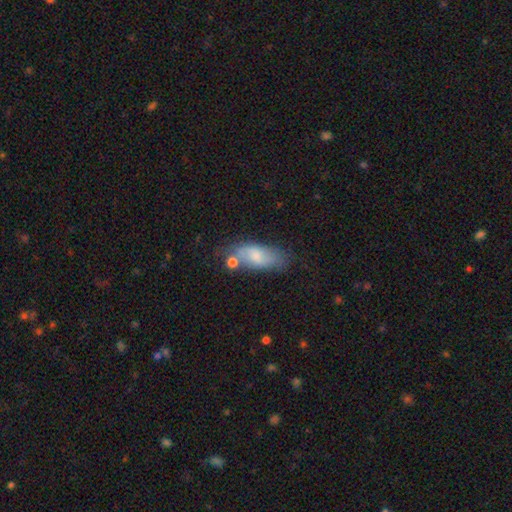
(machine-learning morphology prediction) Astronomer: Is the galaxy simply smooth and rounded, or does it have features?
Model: smooth — 71%.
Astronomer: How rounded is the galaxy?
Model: in between — 80%.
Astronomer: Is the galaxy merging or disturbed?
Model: none — 54%.